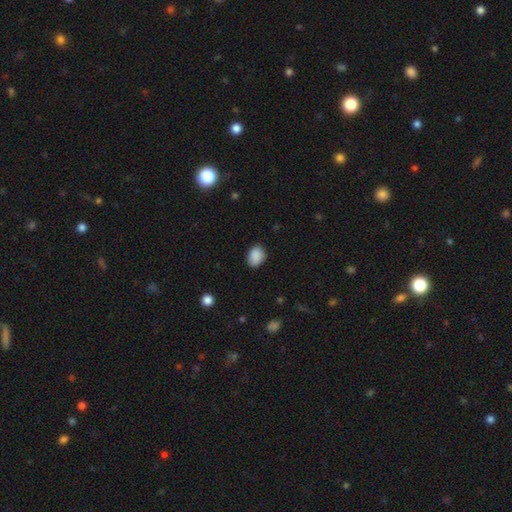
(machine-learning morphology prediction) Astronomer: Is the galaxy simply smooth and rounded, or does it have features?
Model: smooth — 88%.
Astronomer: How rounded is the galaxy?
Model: in between — 72%.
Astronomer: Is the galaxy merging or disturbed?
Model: none — 79%.